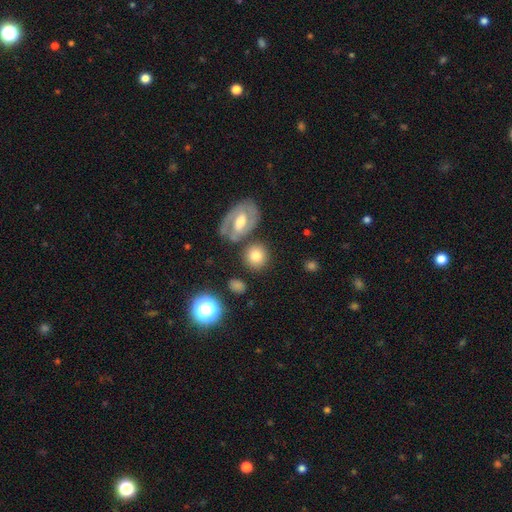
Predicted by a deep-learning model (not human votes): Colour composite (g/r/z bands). It shows a smooth galaxy with no disk features (71%) that is round (79%). Merging: none (70%).